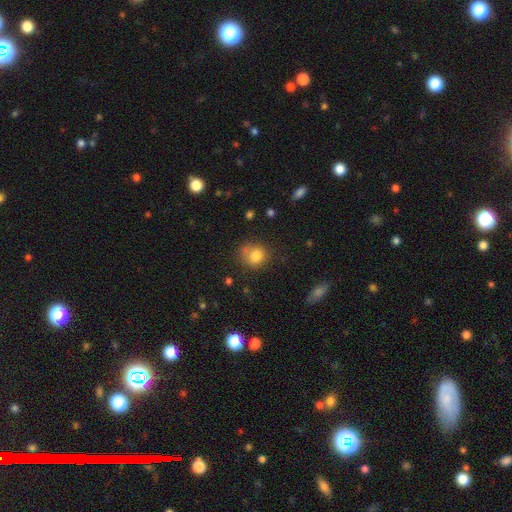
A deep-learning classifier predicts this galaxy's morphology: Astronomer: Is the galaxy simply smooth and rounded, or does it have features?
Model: smooth — 81%.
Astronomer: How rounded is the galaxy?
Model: round — 76%.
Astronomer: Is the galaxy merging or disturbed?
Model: none — 59%.